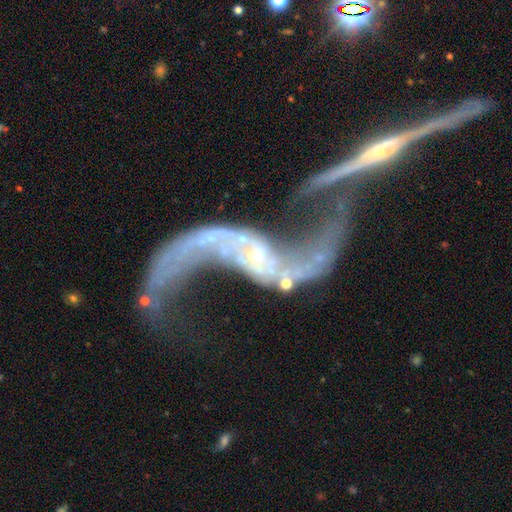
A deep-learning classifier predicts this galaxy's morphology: type=featured or disk (89%); edge-on=no (88%); bar=no (57%); spiral arms=yes (88%); winding=loose (89%); arm count=2 (90%); bulge=small (72%); merging=merger (49%).